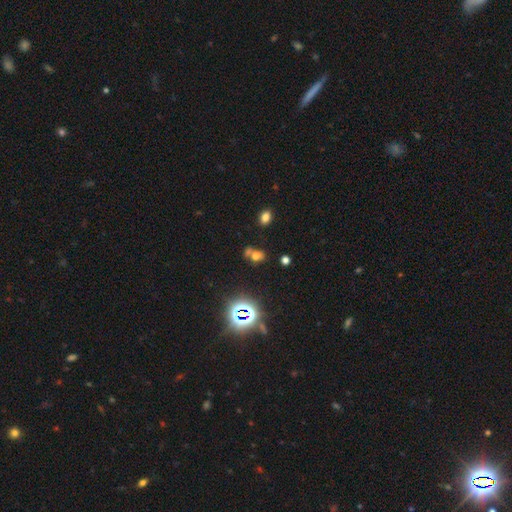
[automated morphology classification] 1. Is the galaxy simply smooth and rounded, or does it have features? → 55% smooth, 31% star or artifact, 13% featured or disk.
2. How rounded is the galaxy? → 60% in between, 38% round, 2% cigar-shaped.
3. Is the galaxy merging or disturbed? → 42% merger, 41% none, 11% minor disturbance, 6% major disturbance.